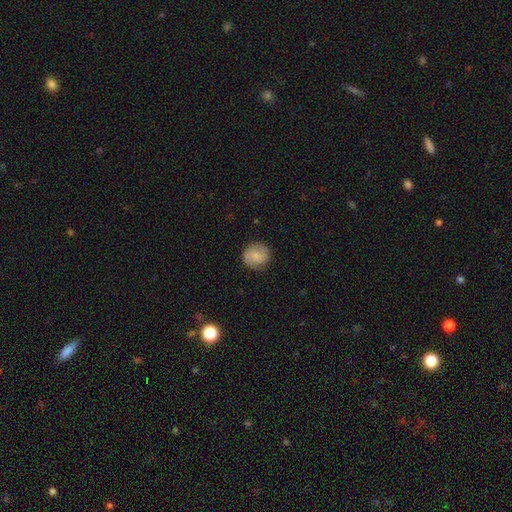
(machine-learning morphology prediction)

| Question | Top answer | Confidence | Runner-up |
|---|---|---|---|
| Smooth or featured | smooth | 77% | featured or disk (15%) |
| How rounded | round | 88% | in between (11%) |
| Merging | none | 87% | minor disturbance (10%) |